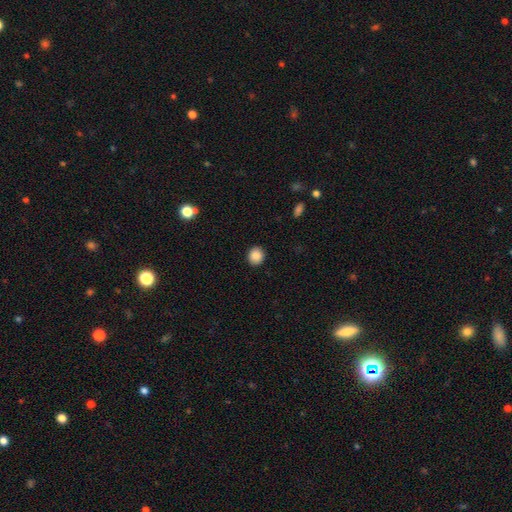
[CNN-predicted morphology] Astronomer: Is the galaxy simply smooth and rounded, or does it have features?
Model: smooth — 88%.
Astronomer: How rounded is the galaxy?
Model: round — 82%.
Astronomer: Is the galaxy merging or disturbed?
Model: none — 91%.